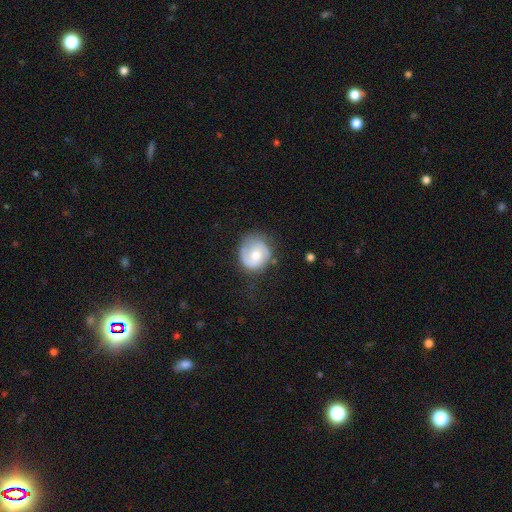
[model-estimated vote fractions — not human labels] smooth_or_featured: featured or disk (p=0.52) [alt: smooth p=0.41]
disk_edge_on: no (p=0.97) [alt: yes p=0.03]
bar: no (p=0.63) [alt: weak p=0.31]
has_spiral_arms: yes (p=0.79) [alt: no p=0.21]
bulge_size: moderate (p=0.67) [alt: small p=0.23]
merging: none (p=0.65) [alt: minor disturbance p=0.23]